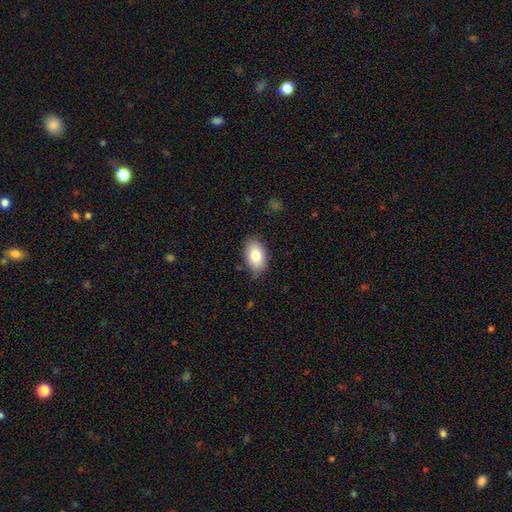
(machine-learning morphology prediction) smooth_or_featured: smooth (p=0.80) [alt: featured or disk p=0.12]
how_rounded: in between (p=0.90) [alt: round p=0.09]
merging: none (p=0.81) [alt: minor disturbance p=0.15]